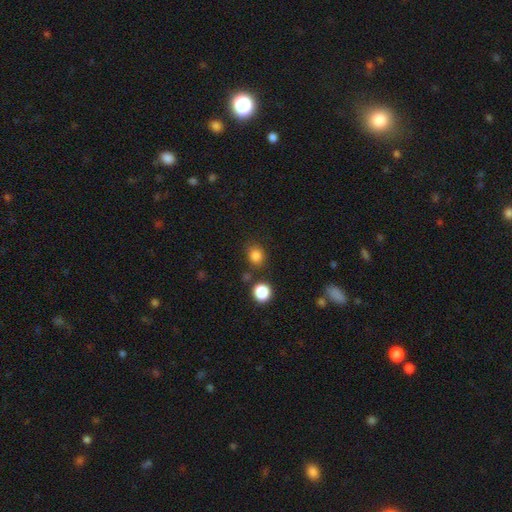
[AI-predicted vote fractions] Smooth or featured: smooth — 83% (star or artifact — 13%)
How rounded: round — 70% (in between — 29%)
Merging: none — 77% (minor disturbance — 12%)